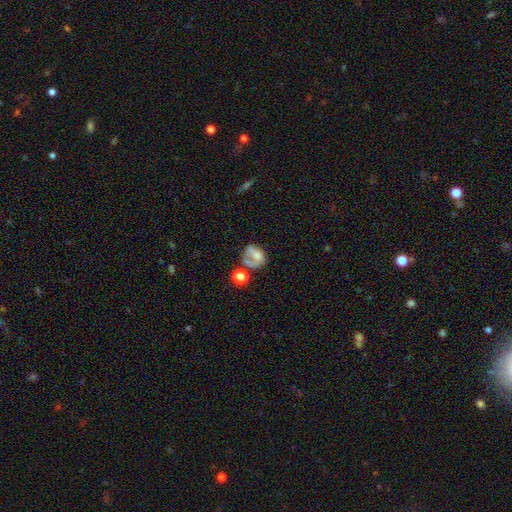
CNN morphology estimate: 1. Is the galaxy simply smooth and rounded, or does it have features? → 52% smooth, 35% featured or disk, 13% star or artifact.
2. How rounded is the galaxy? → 50% round, 48% in between, 1% cigar-shaped.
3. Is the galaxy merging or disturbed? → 30% major disturbance, 29% none, 22% minor disturbance, 18% merger.